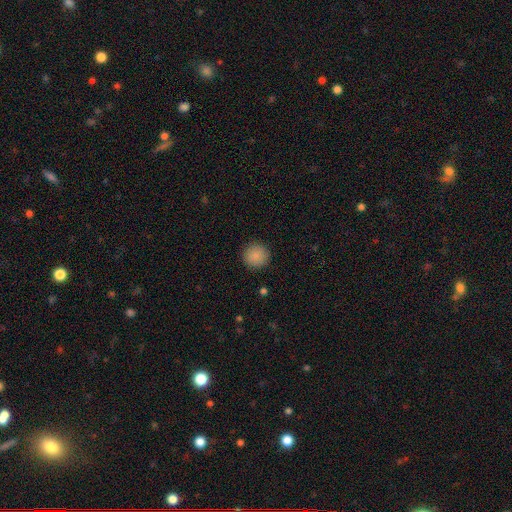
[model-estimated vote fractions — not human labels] This appears to be a smooth galaxy with no disk features (88%) that is round (95%). Merging: none (92%).